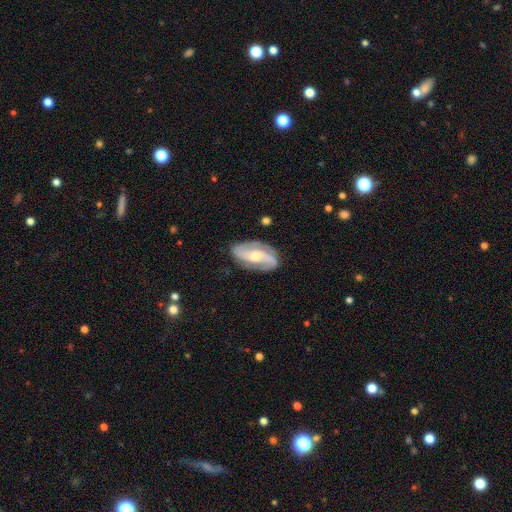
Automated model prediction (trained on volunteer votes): This appears to be a featured or disk galaxy (85%) with a weak bar (39%), 2 (79%) medium (47%) spiral arms (96%) and a moderate central bulge (52%). Merging: none (80%).